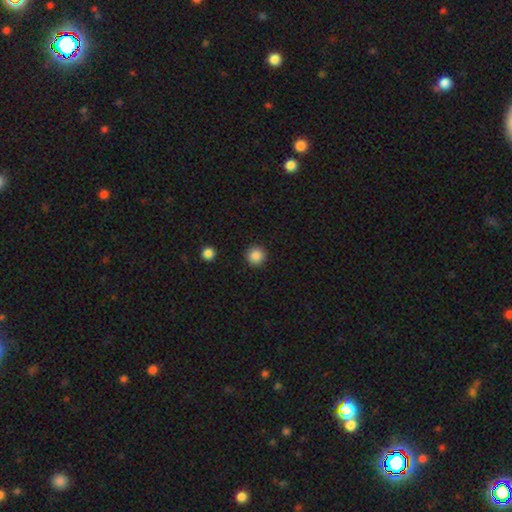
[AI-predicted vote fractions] Morphology: type=smooth (87%); roundness=round (95%); merging=none (92%).